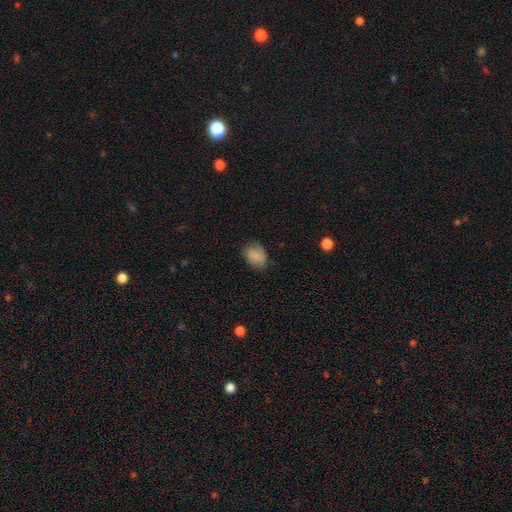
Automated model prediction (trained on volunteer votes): smooth-or-featured: smooth: 81% | featured or disk: 12% | star or artifact: 8%
  how-rounded: in between: 74% | round: 25% | cigar-shaped: 1%
  merging: none: 68% | minor disturbance: 25% | major disturbance: 6% | merger: 1%